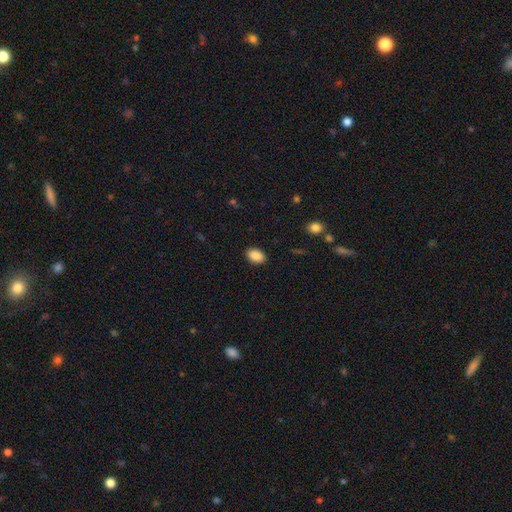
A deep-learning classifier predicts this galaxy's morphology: smooth 89%, star or artifact 8%, featured or disk 3%. Down the decision tree: how rounded — in between (83%); merging — none (89%).